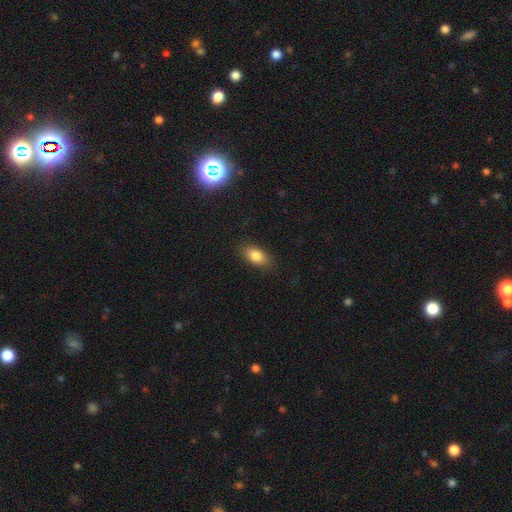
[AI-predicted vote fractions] Morphology: type=smooth (83%); roundness=in between (88%); merging=none (85%).